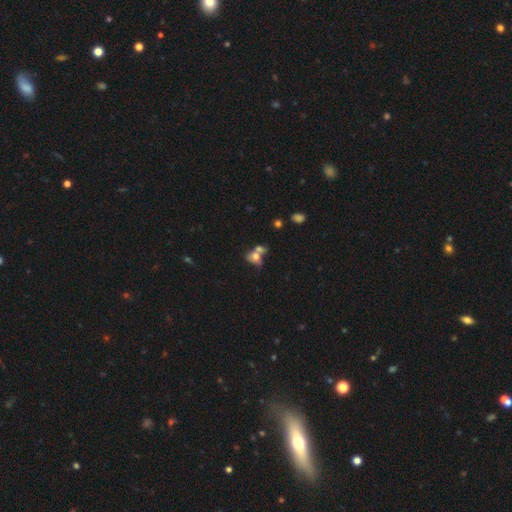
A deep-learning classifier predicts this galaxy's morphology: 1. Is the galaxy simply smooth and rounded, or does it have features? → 65% smooth, 22% featured or disk, 13% star or artifact.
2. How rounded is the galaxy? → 66% in between, 30% round, 4% cigar-shaped.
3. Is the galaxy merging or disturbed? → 56% merger, 24% none, 11% minor disturbance, 9% major disturbance.